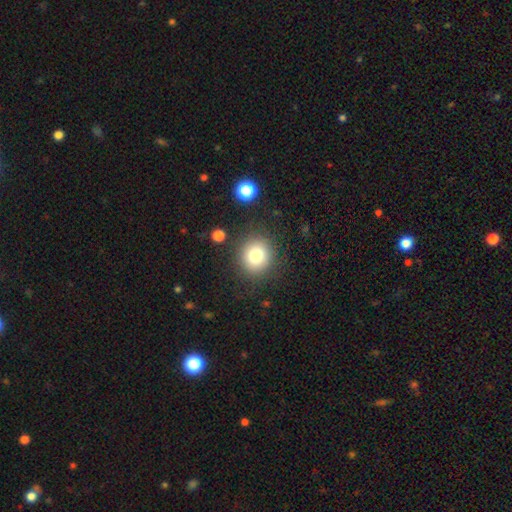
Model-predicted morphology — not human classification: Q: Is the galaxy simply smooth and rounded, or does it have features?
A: smooth — 78%.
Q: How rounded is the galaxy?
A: round — 87%.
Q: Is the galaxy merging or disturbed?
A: none — 87%.